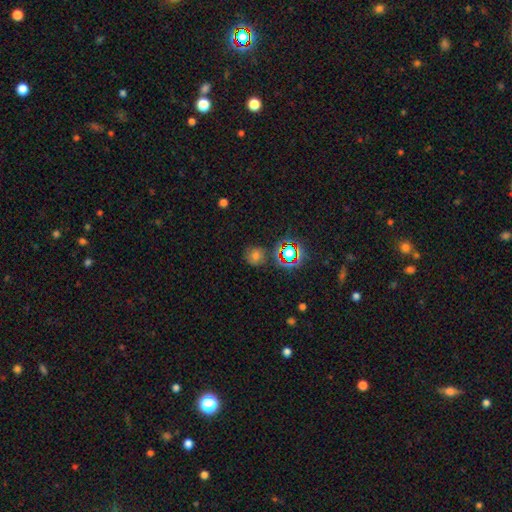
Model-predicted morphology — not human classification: Smooth or featured? smooth (53%)
How rounded? round (88%)
Merging? none (80%)